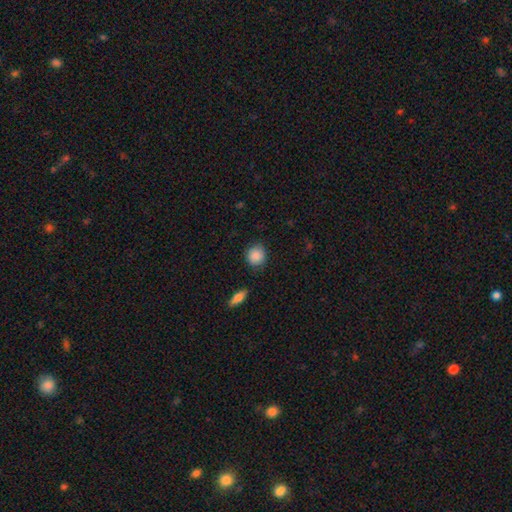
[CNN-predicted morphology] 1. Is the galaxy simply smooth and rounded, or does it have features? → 88% smooth, 7% star or artifact, 5% featured or disk.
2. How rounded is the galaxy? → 84% round, 15% in between, 1% cigar-shaped.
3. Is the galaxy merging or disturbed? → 83% none, 12% minor disturbance, 3% major disturbance, 2% merger.